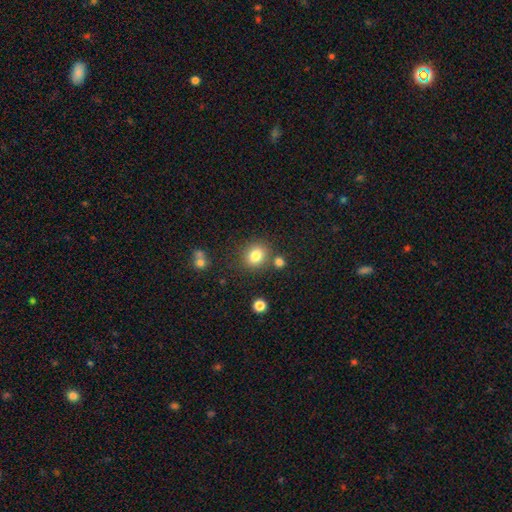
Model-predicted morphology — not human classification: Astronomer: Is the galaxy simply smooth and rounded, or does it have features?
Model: smooth — 81%.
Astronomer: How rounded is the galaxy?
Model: round — 73%.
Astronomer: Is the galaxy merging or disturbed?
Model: none — 76%.